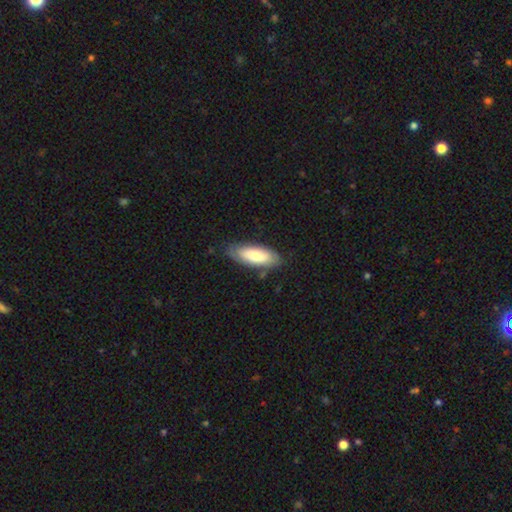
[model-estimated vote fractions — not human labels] This appears to be a smooth galaxy with no disk features (70%) that is in between round and cigar-shaped (72%). Merging: none (75%).